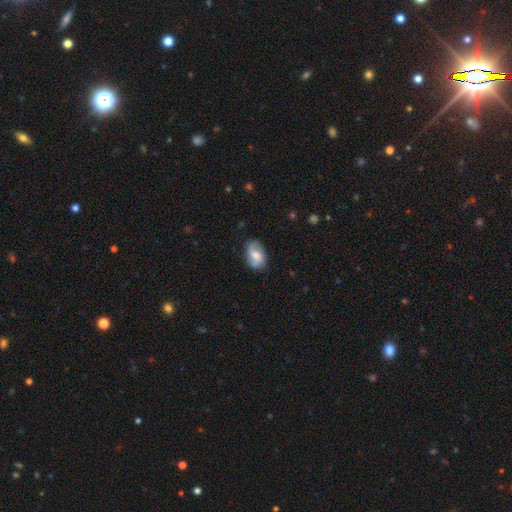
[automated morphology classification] smooth-or-featured: smooth: 54% | featured or disk: 38% | star or artifact: 8%
  how-rounded: in between: 83% | round: 15% | cigar-shaped: 2%
  merging: none: 72% | minor disturbance: 21% | major disturbance: 5% | merger: 2%